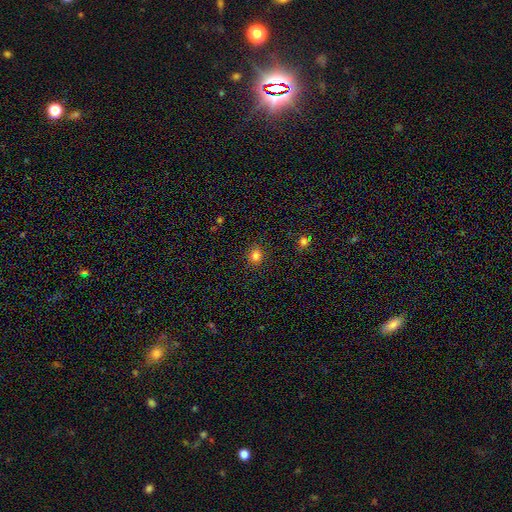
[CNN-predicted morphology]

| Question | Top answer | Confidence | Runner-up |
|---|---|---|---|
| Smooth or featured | smooth | 81% | star or artifact (14%) |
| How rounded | round | 84% | in between (15%) |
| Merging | none | 90% | minor disturbance (7%) |